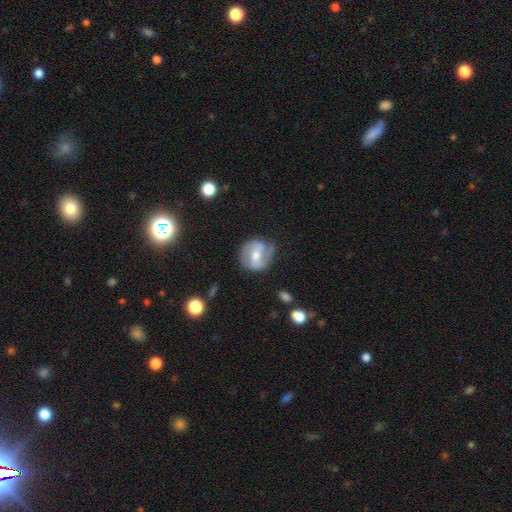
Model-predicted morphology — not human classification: smooth-or-featured: featured or disk: 71% | smooth: 22% | star or artifact: 7%
  disk-edge-on: no: 97% | yes: 3%
    bar: weak: 44% | strong: 31% | no: 26%
    has-spiral-arms: yes: 84% | no: 16%
      spiral-winding: medium: 46% | tight: 30% | loose: 25%
      spiral-arm-count: 2: 82% | can't tell: 9% | 1: 5% | 3: 2% | 4: 1% | more than 4: 1%
    bulge-size: moderate: 67% | small: 26% | large: 5% | none: 2% | dominant: 1%
  merging: none: 69% | minor disturbance: 21% | major disturbance: 7% | merger: 2%